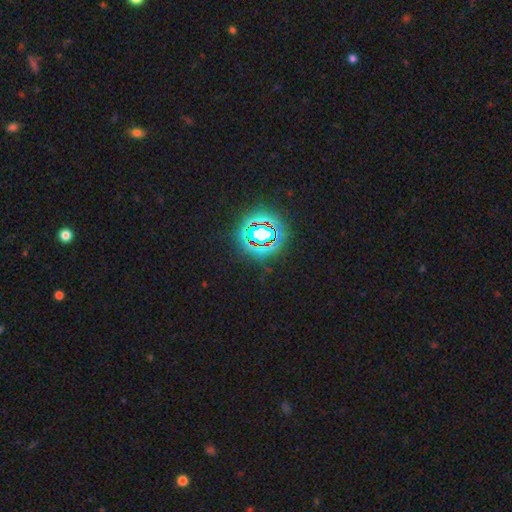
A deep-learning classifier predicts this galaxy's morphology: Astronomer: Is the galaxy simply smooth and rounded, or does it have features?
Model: star or artifact — 82%.